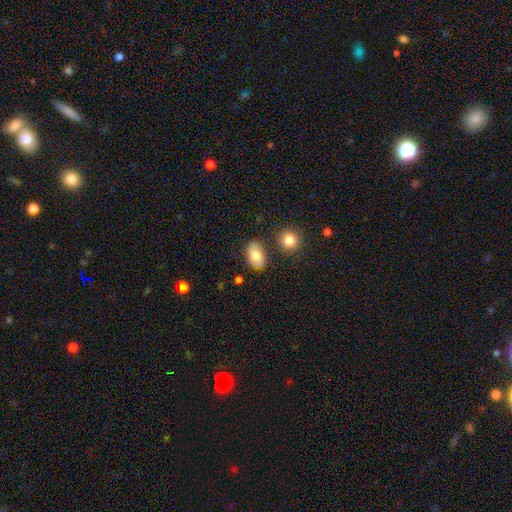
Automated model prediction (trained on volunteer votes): Smooth or featured? Predicted: smooth (p=0.80). How rounded? Predicted: in between (p=0.90). Merging? Predicted: none (p=0.78).